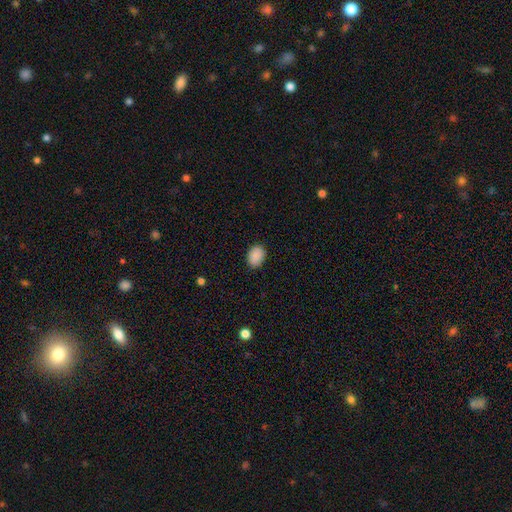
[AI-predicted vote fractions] This is clearly a smooth galaxy (90%). How rounded: likely in between (74%). Merging: clearly none (87%).